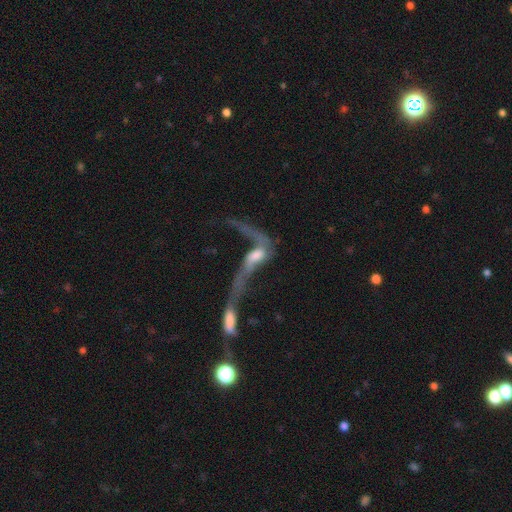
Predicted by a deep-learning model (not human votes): smooth_or_featured: featured or disk (p=0.64) [alt: smooth p=0.26]
disk_edge_on: no (p=0.82) [alt: yes p=0.18]
bar: no (p=0.60) [alt: weak p=0.28]
has_spiral_arms: yes (p=0.58) [alt: no p=0.42]
bulge_size: moderate (p=0.35) [alt: large p=0.24]
merging: merger (p=0.64) [alt: major disturbance p=0.22]